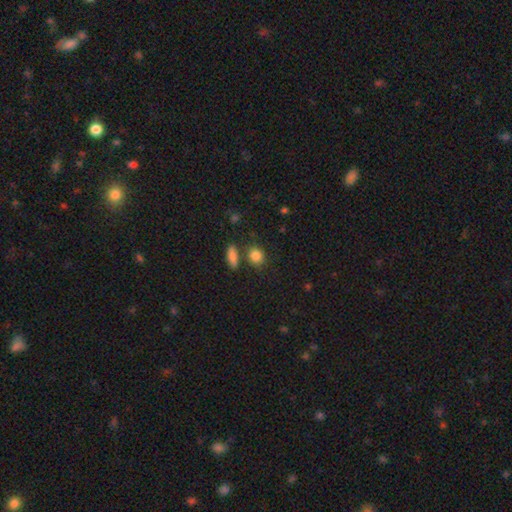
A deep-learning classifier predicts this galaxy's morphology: This appears to be a smooth galaxy with no disk features (85%) that is round (66%). Merging: none (71%).